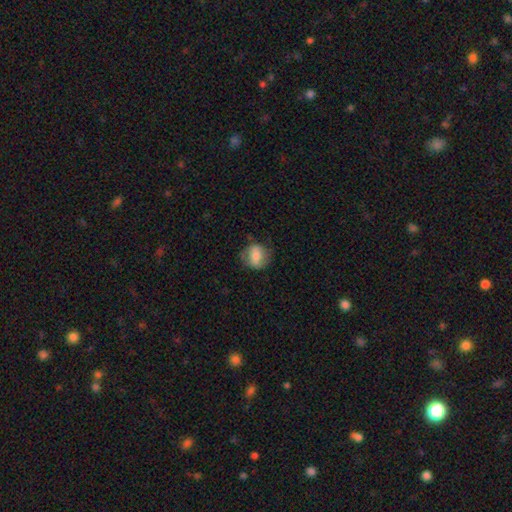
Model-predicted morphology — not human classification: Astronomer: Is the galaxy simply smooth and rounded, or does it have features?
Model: smooth — 65%.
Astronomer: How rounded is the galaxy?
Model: round — 64%.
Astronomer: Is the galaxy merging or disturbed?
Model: none — 71%.